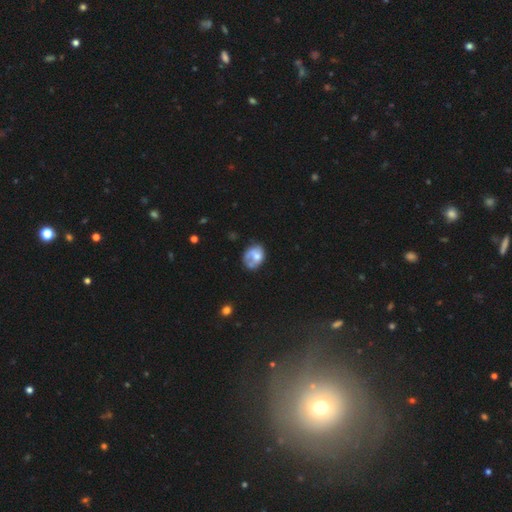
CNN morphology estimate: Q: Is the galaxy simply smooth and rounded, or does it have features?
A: smooth — 53%.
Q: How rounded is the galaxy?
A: in between — 55%.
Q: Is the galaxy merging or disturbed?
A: none — 35%.